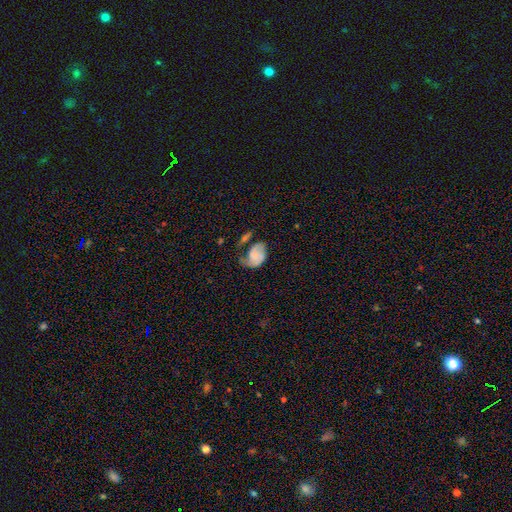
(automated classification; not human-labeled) A smooth galaxy with no disk features (52%) that is in between round and cigar-shaped (80%).

Vote fractions:
- Smooth or featured? smooth: 52% / featured or disk: 40% / star or artifact: 9%
- How rounded? in between: 80% / round: 18% / cigar-shaped: 1%
- Merging? major disturbance: 33% / minor disturbance: 28% / none: 28% / merger: 11%